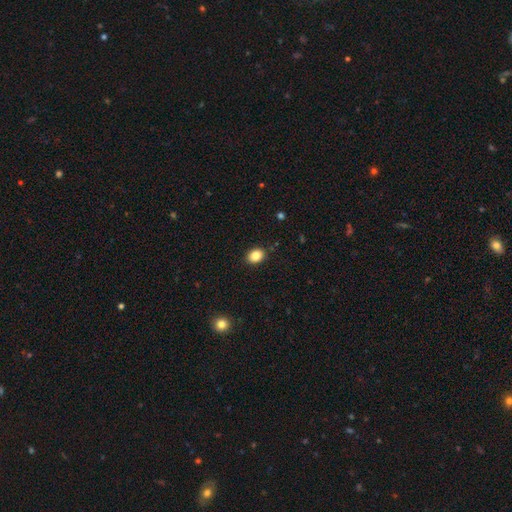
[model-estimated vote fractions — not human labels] Q: Smooth or featured?
A: smooth (85%); runner-up: star or artifact (9%)
Q: How rounded?
A: in between (61%); runner-up: round (38%)
Q: Merging?
A: none (88%); runner-up: minor disturbance (8%)